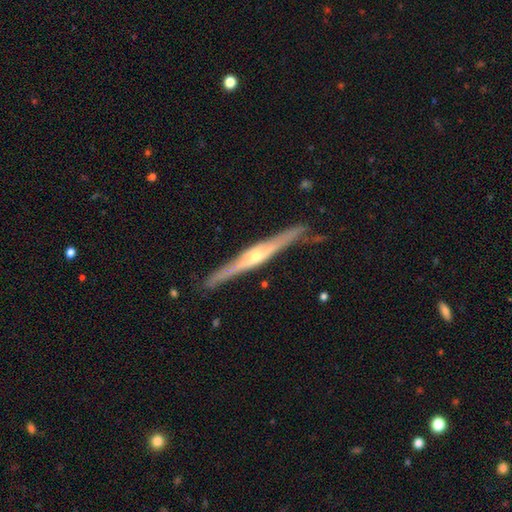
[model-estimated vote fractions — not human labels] Q: Smooth or featured?
A: featured or disk (82%); runner-up: smooth (13%)
Q: Edge-on disk?
A: yes (97%); runner-up: no (3%)
Q: Edge-on bulge?
A: rounded (85%); runner-up: boxy (8%)
Q: Merging?
A: none (86%); runner-up: minor disturbance (10%)